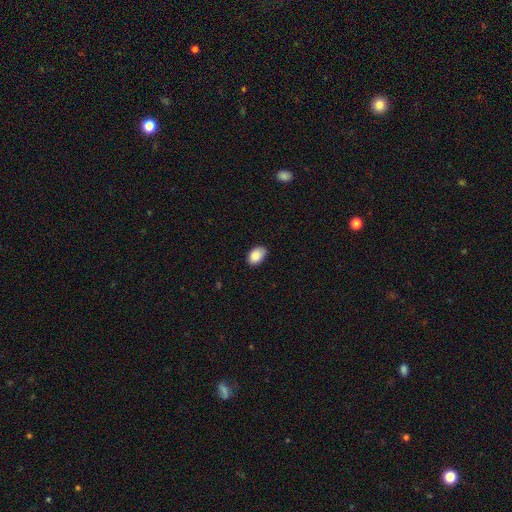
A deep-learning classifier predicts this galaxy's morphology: Smooth or featured: smooth — 89% (star or artifact — 7%)
How rounded: in between — 88% (round — 11%)
Merging: none — 76% (minor disturbance — 20%)